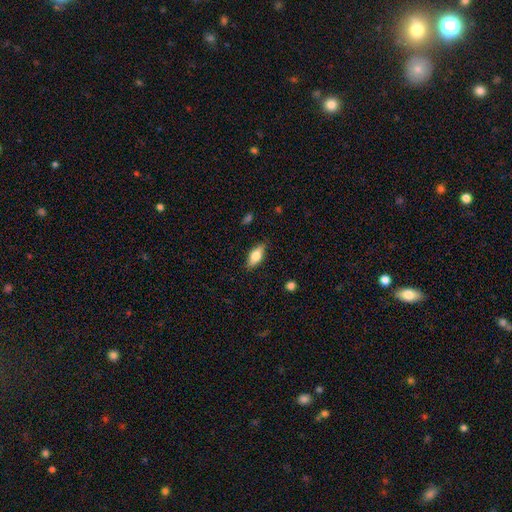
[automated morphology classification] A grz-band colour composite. It shows a smooth galaxy with no disk features (71%) that is in between round and cigar-shaped (81%). Merging: none (84%).